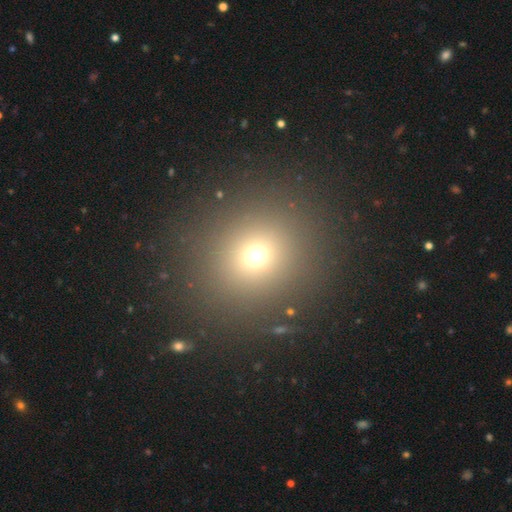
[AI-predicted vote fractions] smooth_or_featured: smooth (p=0.68) [alt: star or artifact p=0.23]
how_rounded: round (p=0.85) [alt: in between p=0.14]
merging: none (p=0.88) [alt: minor disturbance p=0.06]